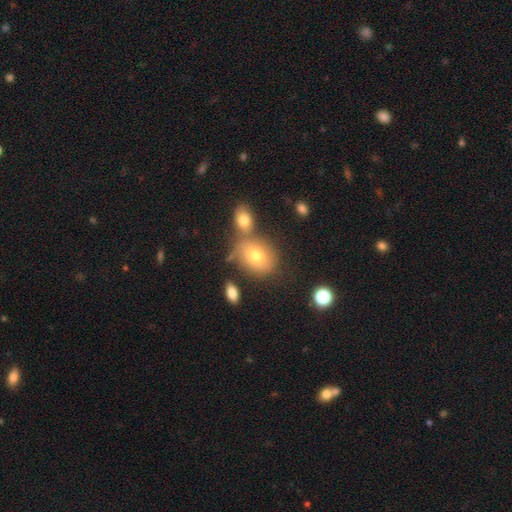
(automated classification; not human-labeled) Smooth or featured: smooth — 70% (featured or disk — 18%)
How rounded: in between — 56% (round — 43%)
Merging: none — 57% (merger — 24%)